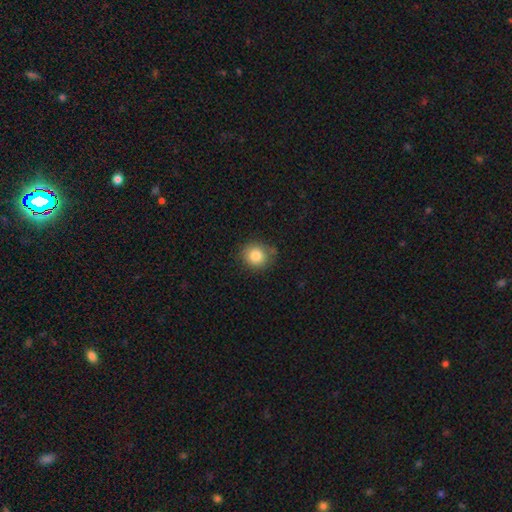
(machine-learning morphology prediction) smooth-or-featured: smooth: 84% | star or artifact: 10% | featured or disk: 6%
  how-rounded: round: 84% | in between: 15% | cigar-shaped: 1%
  merging: none: 81% | minor disturbance: 14% | major disturbance: 3% | merger: 3%